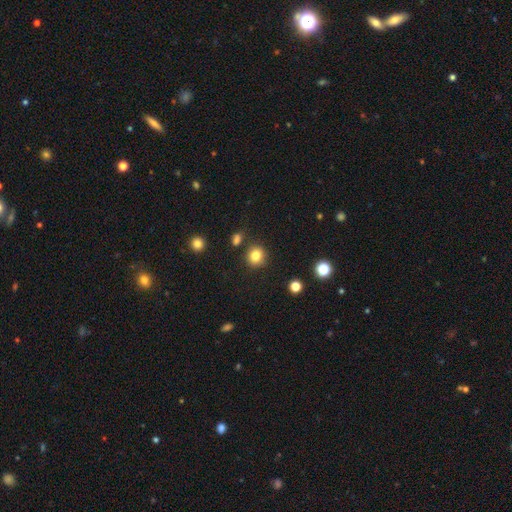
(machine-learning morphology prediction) smooth 83%, star or artifact 11%, featured or disk 6%. Down the decision tree: how rounded — round (87%); merging — none (85%).